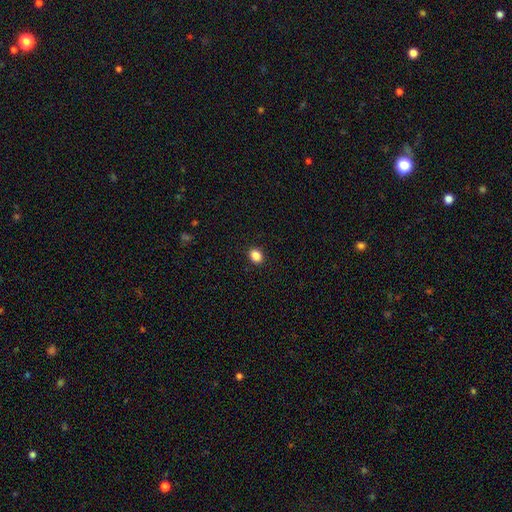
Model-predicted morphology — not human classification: Overall: smooth (86%). How rounded: round (56%; in between 43%). Merging: none (91%).